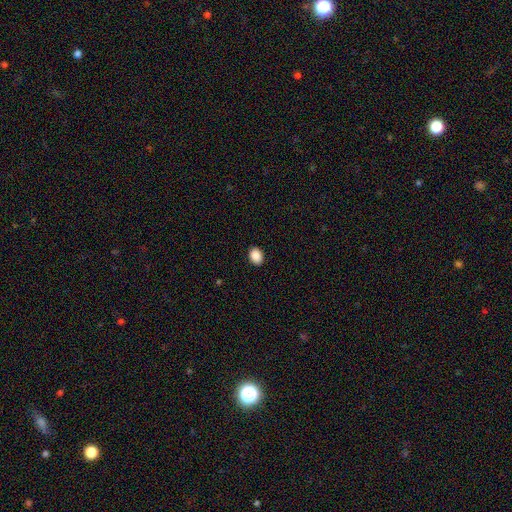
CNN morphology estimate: The model was most divided on "how rounded": in between: 63%, round: 36%, cigar-shaped: 1%. More confident: merging — none (90%); smooth or featured — smooth (89%).